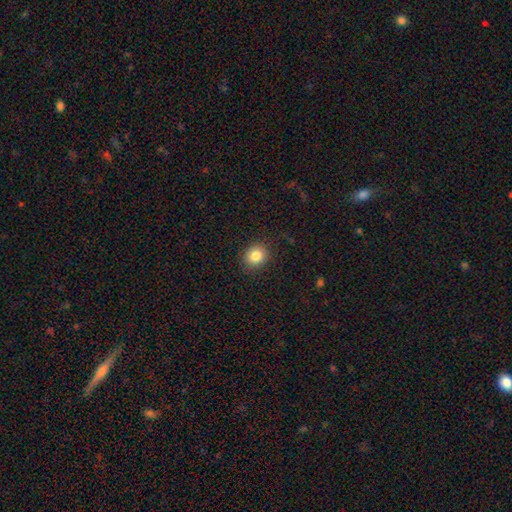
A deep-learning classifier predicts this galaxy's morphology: Smooth or featured? smooth (84%)
How rounded? round (73%)
Merging? none (88%)